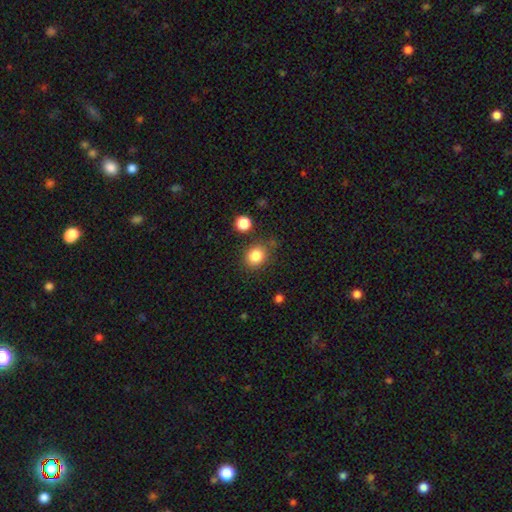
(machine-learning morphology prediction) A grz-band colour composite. It shows a smooth galaxy with no disk features (84%) that is round (67%). Merging: none (78%).